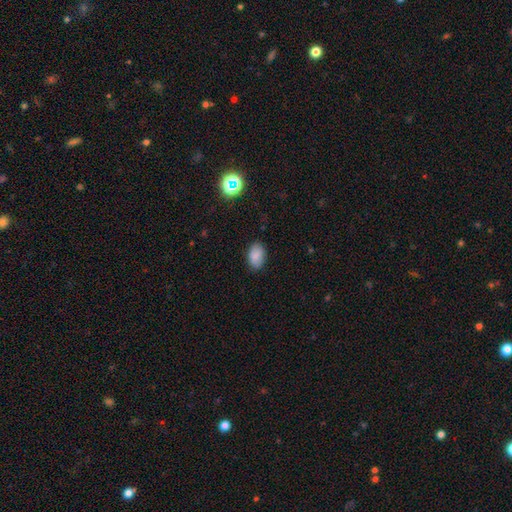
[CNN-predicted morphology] smooth 85%, star or artifact 10%, featured or disk 6%. Down the decision tree: how rounded — in between (89%); merging — none (84%).